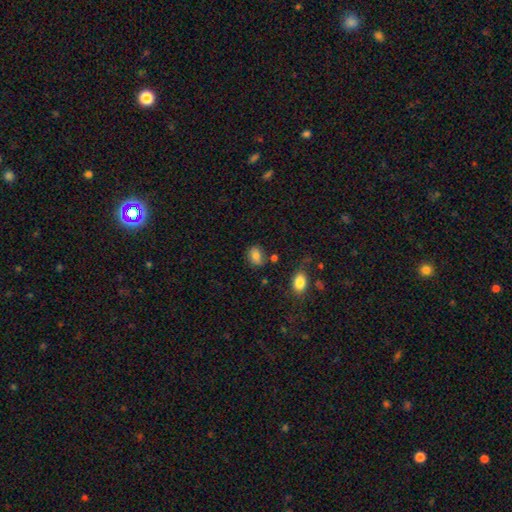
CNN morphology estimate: A smooth galaxy with no disk features (82%) that is in between round and cigar-shaped (67%).

Vote fractions:
- Smooth or featured? smooth: 82% / star or artifact: 10% / featured or disk: 9%
- How rounded? in between: 67% / round: 32% / cigar-shaped: 2%
- Merging? none: 74% / minor disturbance: 17% / merger: 5% / major disturbance: 4%